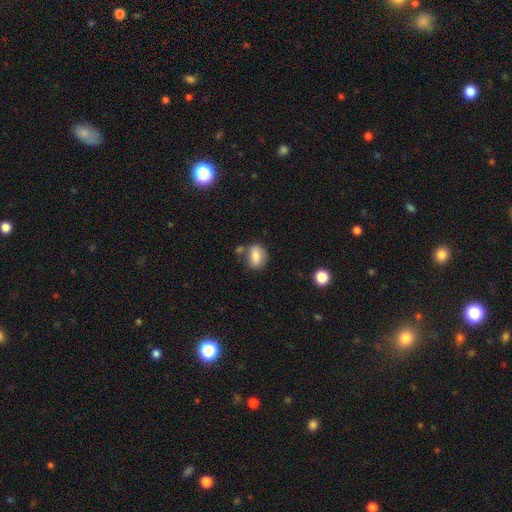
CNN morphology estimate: Smooth or featured? smooth (77%)
How rounded? in between (68%)
Merging? none (63%)